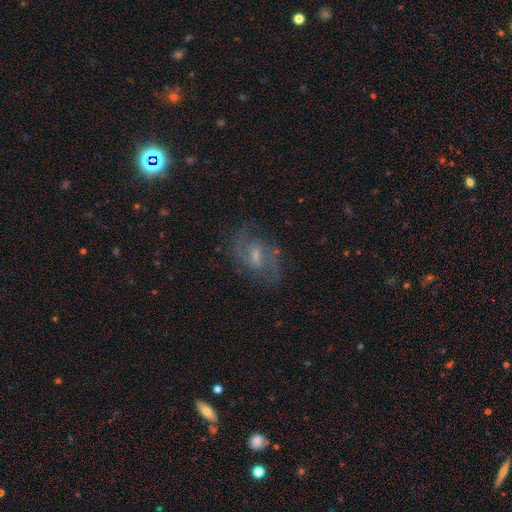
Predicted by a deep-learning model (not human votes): Smooth or featured? Predicted: featured or disk (p=0.79). Edge-on disk? Predicted: no (p=0.96). Bar? Predicted: weak (p=0.60). Spiral arms? Predicted: yes (p=0.93). Spiral winding? Predicted: medium (p=0.54). Spiral arm count? Predicted: 2 (p=0.81). Bulge size? Predicted: small (p=0.45). Merging? Predicted: none (p=0.74).